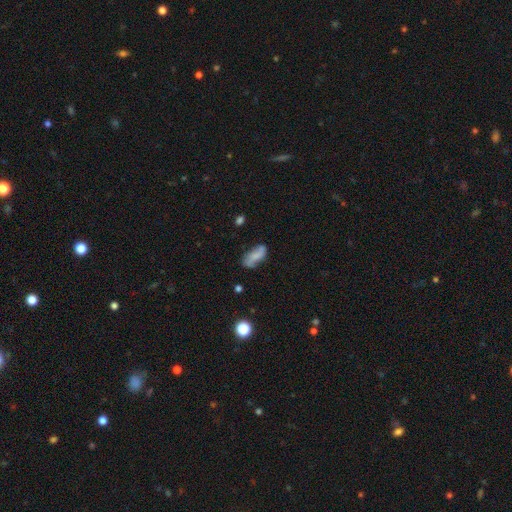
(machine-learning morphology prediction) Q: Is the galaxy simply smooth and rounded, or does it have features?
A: smooth — 61%.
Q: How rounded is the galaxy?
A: in between — 81%.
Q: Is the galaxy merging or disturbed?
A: none — 57%.